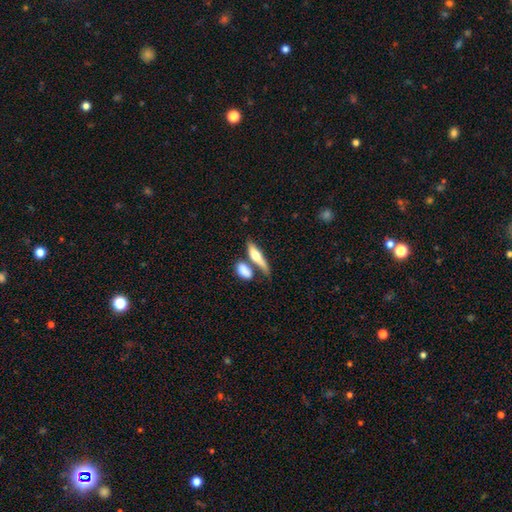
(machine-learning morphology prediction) smooth 62%, featured or disk 32%, star or artifact 6%. Down the decision tree: how rounded — cigar-shaped (53%); merging — none (43%).